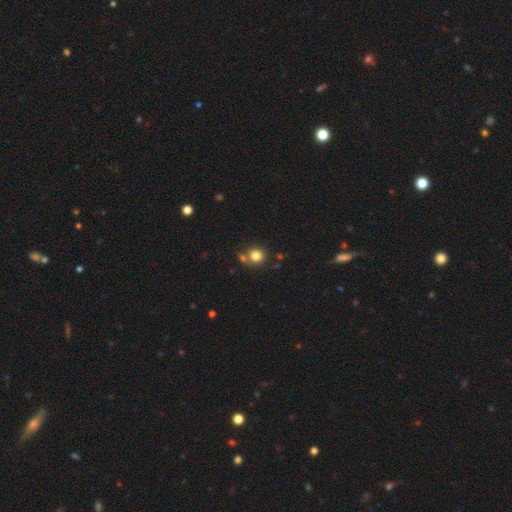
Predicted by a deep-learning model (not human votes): Morphology: type=smooth (81%); roundness=round (85%); merging=none (65%).